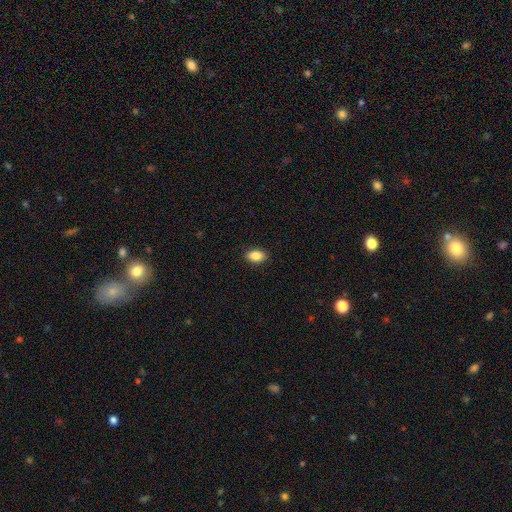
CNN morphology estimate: Q: Smooth or featured?
A: smooth (88%); runner-up: star or artifact (8%)
Q: How rounded?
A: in between (90%); runner-up: round (8%)
Q: Merging?
A: none (89%); runner-up: minor disturbance (8%)